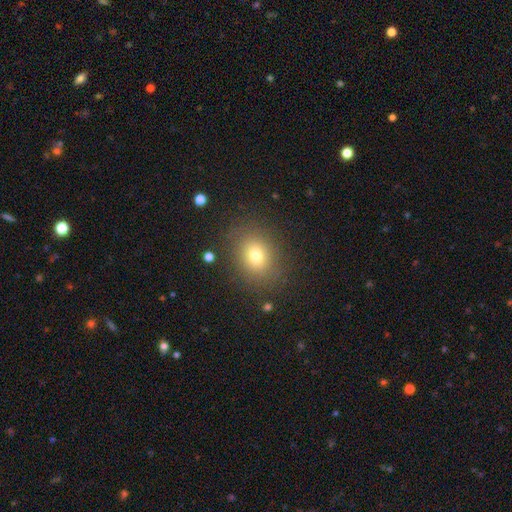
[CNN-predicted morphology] This is likely a smooth galaxy (74%). How rounded: possibly round (50%). Merging: clearly none (85%).